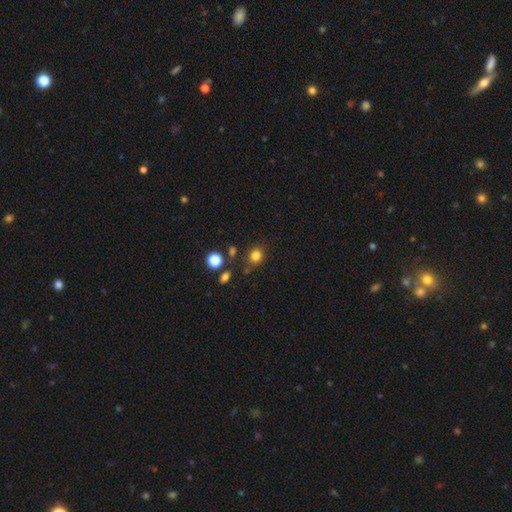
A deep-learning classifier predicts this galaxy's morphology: smooth-or-featured: smooth: 82% | star or artifact: 13% | featured or disk: 5%
  how-rounded: round: 76% | in between: 23% | cigar-shaped: 1%
  merging: none: 80% | minor disturbance: 12% | merger: 5% | major disturbance: 4%